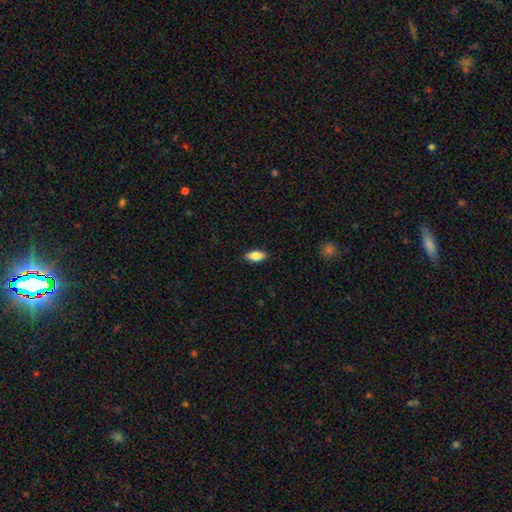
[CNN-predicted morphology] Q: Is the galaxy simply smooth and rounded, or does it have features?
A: smooth — 82%.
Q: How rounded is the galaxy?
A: in between — 86%.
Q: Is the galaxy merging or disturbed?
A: none — 88%.